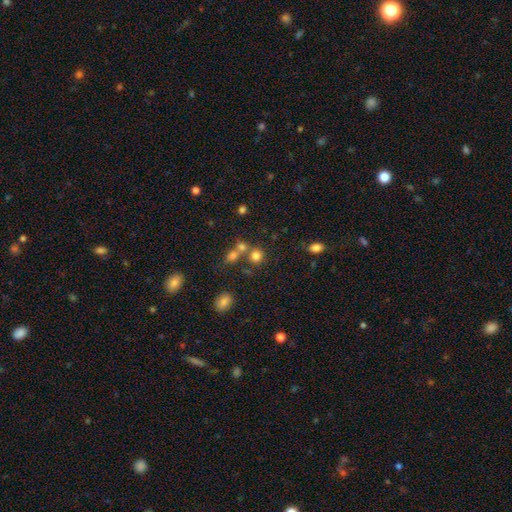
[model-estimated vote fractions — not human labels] Smooth or featured: smooth — 74% (star or artifact — 17%)
How rounded: round — 85% (in between — 14%)
Merging: none — 58% (merger — 29%)